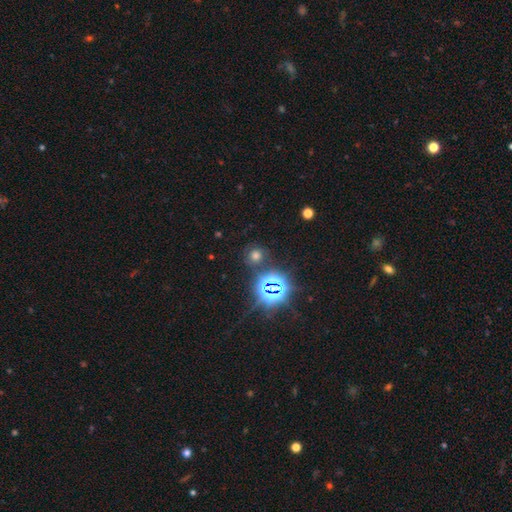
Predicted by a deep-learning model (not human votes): smooth_or_featured: smooth (p=0.51) [alt: star or artifact p=0.40]
how_rounded: round (p=0.86) [alt: in between p=0.13]
merging: none (p=0.79) [alt: minor disturbance p=0.11]